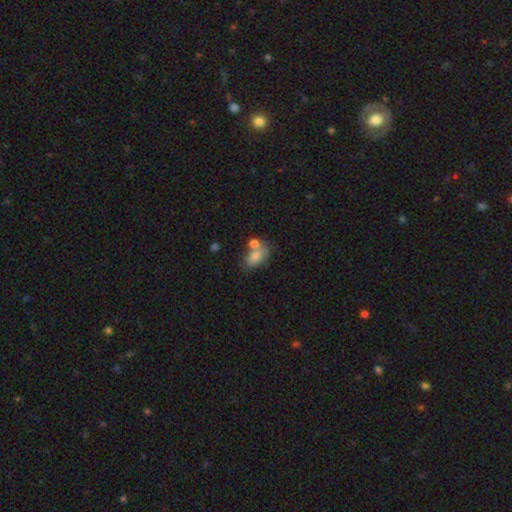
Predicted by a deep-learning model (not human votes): Smooth or featured?
  - smooth: 77% *
  - featured or disk: 13%
  - star or artifact: 10%
How rounded?
  - in between: 85% *
  - round: 13%
  - cigar-shaped: 2%
Merging?
  - none: 44% *
  - merger: 33%
  - minor disturbance: 17%
  - major disturbance: 7%